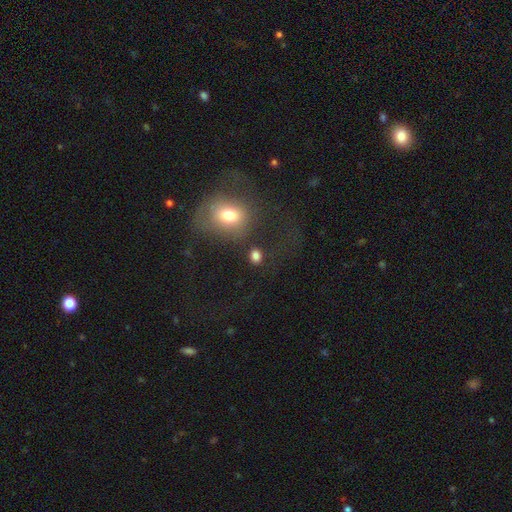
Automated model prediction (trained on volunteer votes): This appears to be a smooth galaxy with no disk features (81%) that is round (54%). Merging: none (71%).